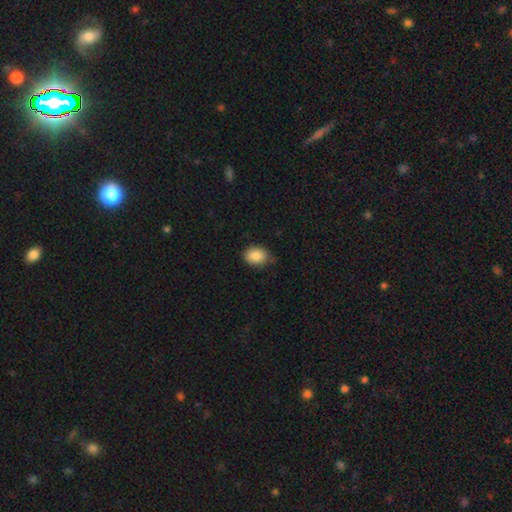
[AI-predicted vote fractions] smooth-or-featured: smooth: 87% | star or artifact: 8% | featured or disk: 5%
  how-rounded: in between: 66% | round: 33% | cigar-shaped: 1%
  merging: none: 71% | minor disturbance: 24% | major disturbance: 4% | merger: 1%